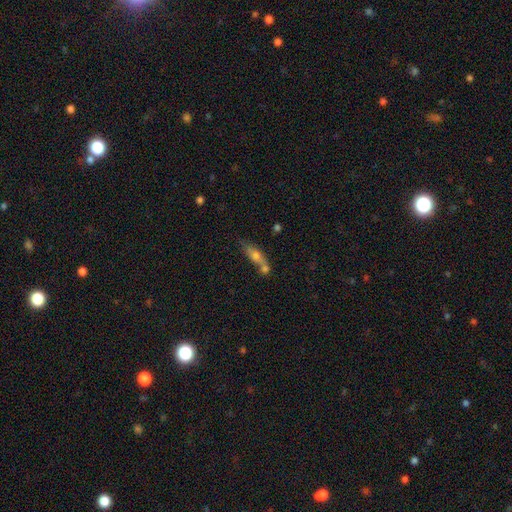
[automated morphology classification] smooth 63%, featured or disk 28%, star or artifact 9%. Down the decision tree: how rounded — in between (51%); merging — merger (47%).